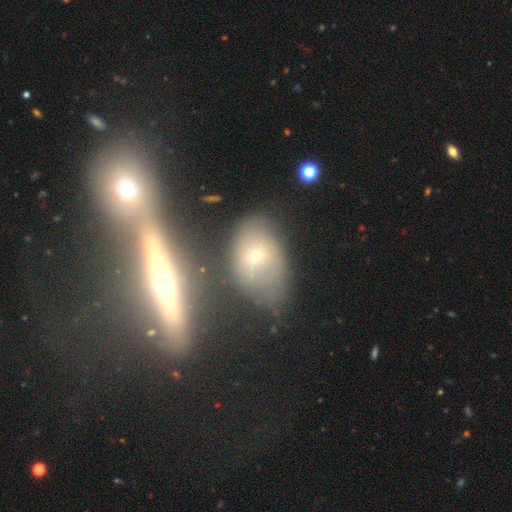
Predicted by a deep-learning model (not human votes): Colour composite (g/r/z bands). It shows a smooth galaxy with no disk features (50%). Merging: none (56%).